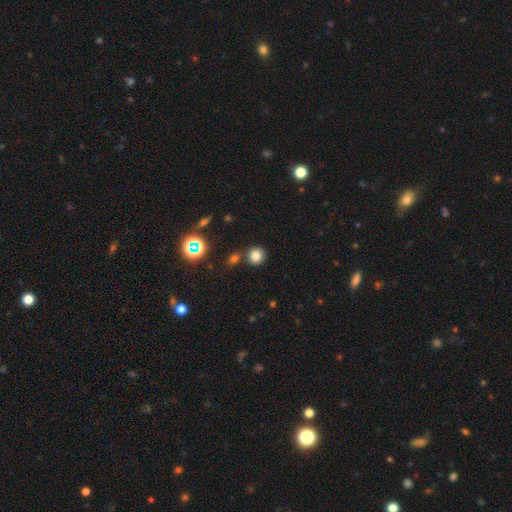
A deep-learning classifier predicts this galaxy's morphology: smooth-or-featured: smooth: 78% | star or artifact: 16% | featured or disk: 6%
  how-rounded: round: 87% | in between: 12% | cigar-shaped: 1%
  merging: none: 77% | merger: 11% | minor disturbance: 9% | major disturbance: 3%